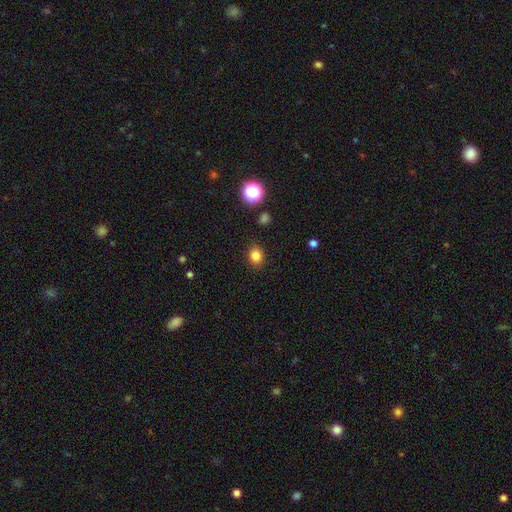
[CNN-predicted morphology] The model was most divided on "how rounded": round: 56%, in between: 43%, cigar-shaped: 1%. More confident: merging — none (87%); smooth or featured — smooth (83%).